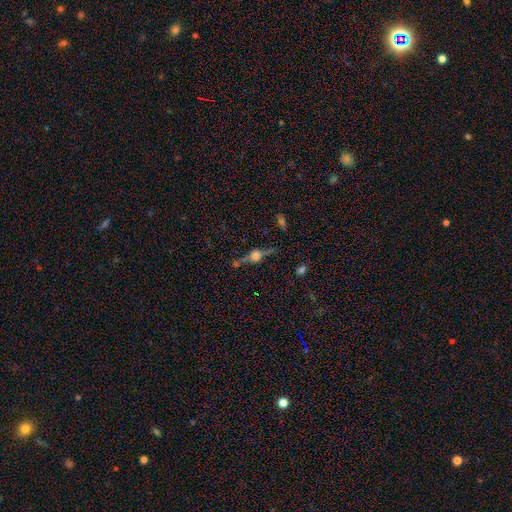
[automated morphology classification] Smooth or featured? Predicted: featured or disk (p=0.59). Edge-on disk? Predicted: yes (p=0.88). Edge-on bulge? Predicted: rounded (p=0.91). Merging? Predicted: none (p=0.67).